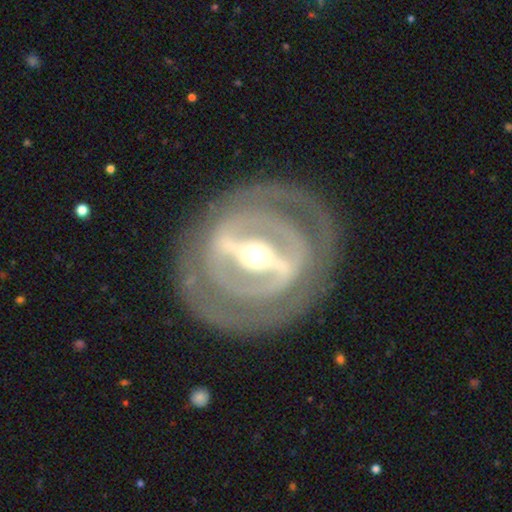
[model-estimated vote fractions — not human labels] A featured or disk galaxy (87%) with a strong bar (79%), spiral arms (62%) and a moderate central bulge (56%).

Vote fractions:
- Smooth or featured? featured or disk: 87% / smooth: 8% / star or artifact: 4%
- Edge-on disk? no: 91% / yes: 9%
- Bar? strong: 79% / weak: 15% / no: 6%
- Spiral arms? yes: 62% / no: 38%
- Bulge size? moderate: 56% / small: 37% / large: 5% / dominant: 1% / none: 1%
- Merging? none: 81% / minor disturbance: 11% / major disturbance: 6% / merger: 1%